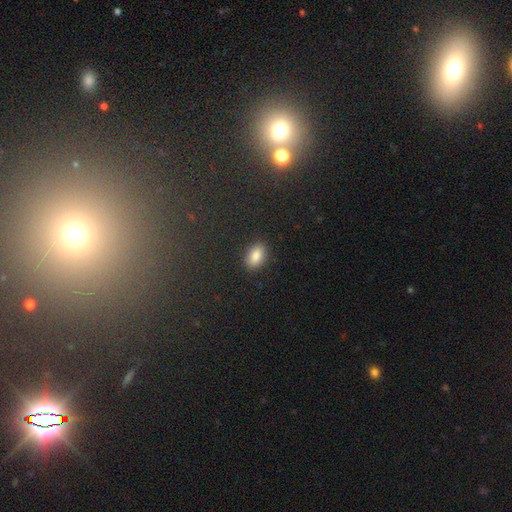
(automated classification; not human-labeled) Smooth or featured? smooth (86%)
How rounded? in between (88%)
Merging? none (87%)